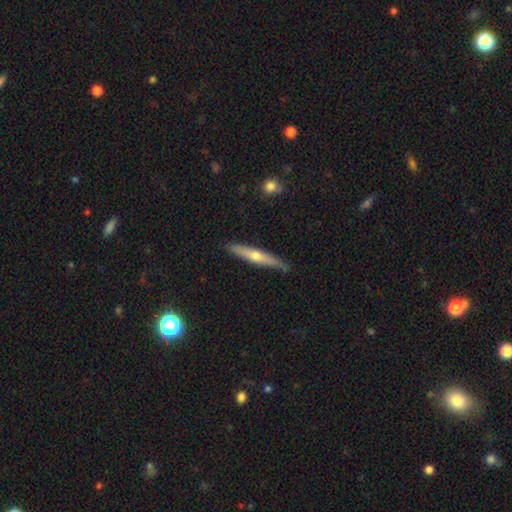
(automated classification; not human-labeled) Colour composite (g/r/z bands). It shows a featured or disk galaxy (50%). Merging: none (82%).